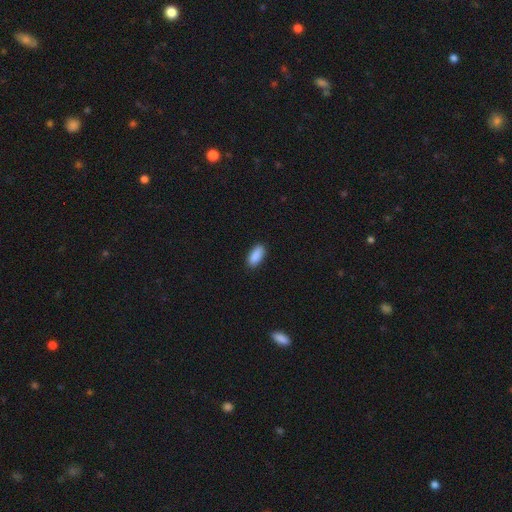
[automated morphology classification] Overall: smooth (90%). How rounded: in between (89%). Merging: none (89%).